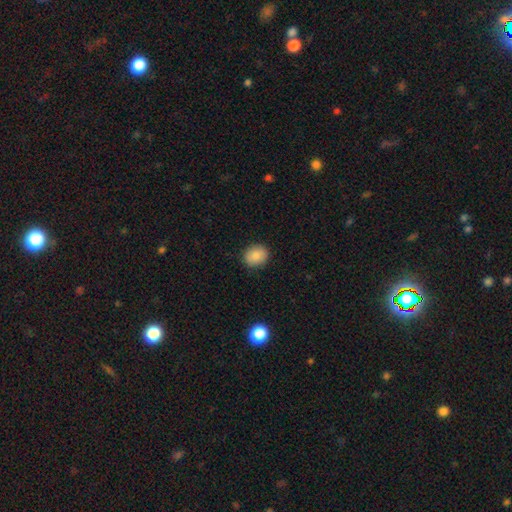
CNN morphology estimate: The model was most divided on "how rounded": round: 65%, in between: 34%, cigar-shaped: 1%. More confident: merging — none (89%); smooth or featured — smooth (85%).